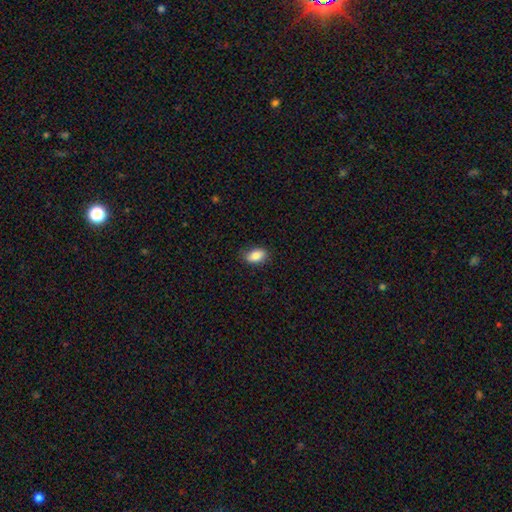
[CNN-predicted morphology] Smooth or featured? smooth (83%)
How rounded? in between (88%)
Merging? none (81%)